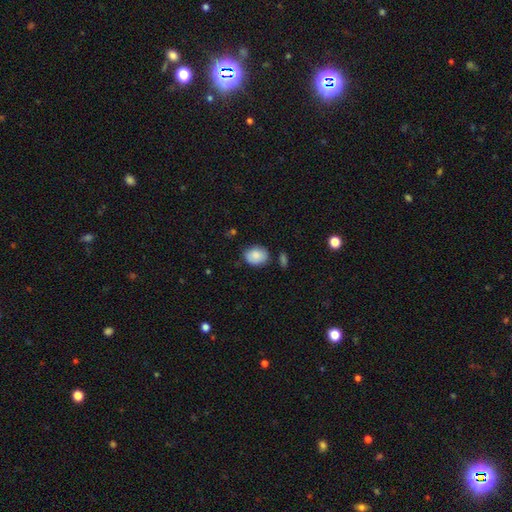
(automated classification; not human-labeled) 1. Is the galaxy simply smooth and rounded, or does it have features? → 87% smooth, 7% star or artifact, 6% featured or disk.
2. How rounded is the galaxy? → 57% in between, 42% round, 1% cigar-shaped.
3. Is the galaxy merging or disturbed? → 75% none, 17% minor disturbance, 4% merger, 4% major disturbance.